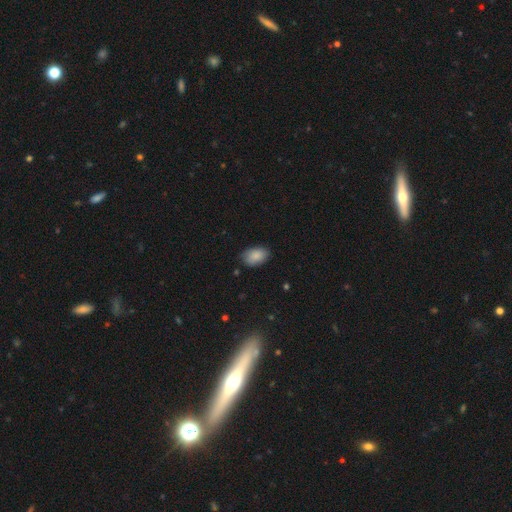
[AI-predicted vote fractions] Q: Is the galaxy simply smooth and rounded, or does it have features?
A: smooth — 88%.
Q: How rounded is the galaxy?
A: in between — 91%.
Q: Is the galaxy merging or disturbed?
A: none — 81%.